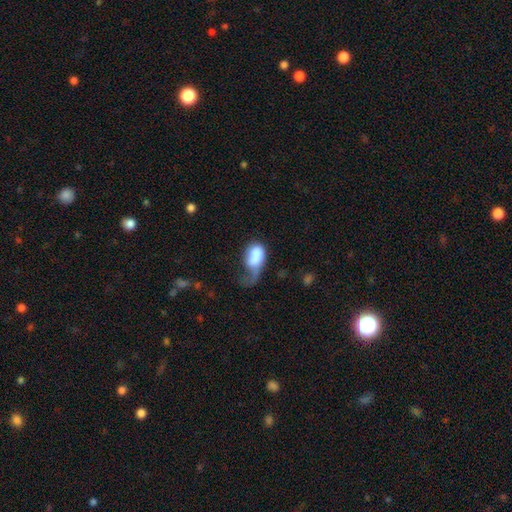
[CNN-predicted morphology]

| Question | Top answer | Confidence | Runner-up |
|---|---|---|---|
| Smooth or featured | smooth | 72% | featured or disk (21%) |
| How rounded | in between | 85% | round (13%) |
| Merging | major disturbance | 61% | minor disturbance (18%) |